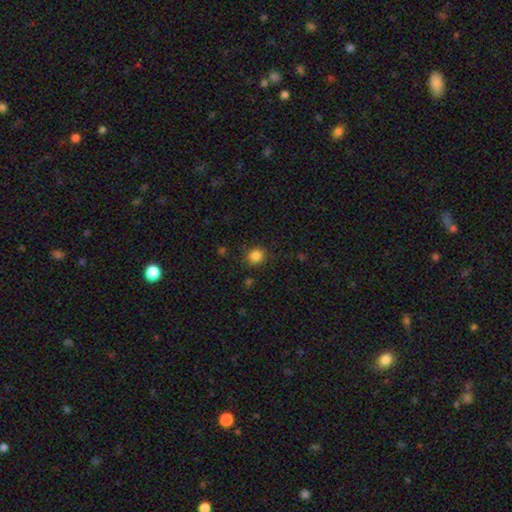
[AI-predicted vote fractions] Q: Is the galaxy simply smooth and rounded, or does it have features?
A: smooth — 85%.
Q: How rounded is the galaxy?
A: round — 87%.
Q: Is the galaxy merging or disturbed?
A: none — 85%.